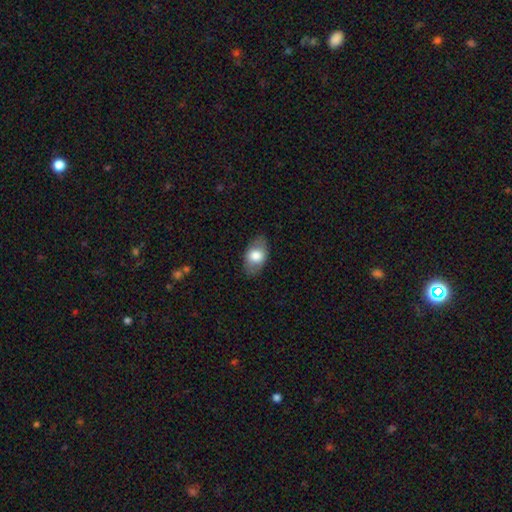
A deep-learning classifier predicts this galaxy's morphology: A smooth galaxy with no disk features (72%) that is in between round and cigar-shaped (88%). Merging: none (82%).